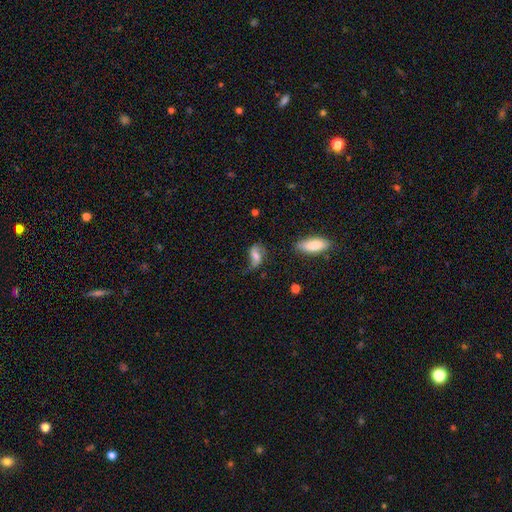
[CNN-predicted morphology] A featured or disk galaxy (56%) with no bar (43%), spiral arms (86%) and a moderate central bulge (43%).

Vote fractions:
- Smooth or featured? featured or disk: 56% / smooth: 34% / star or artifact: 10%
- Edge-on disk? no: 94% / yes: 6%
- Bar? no: 43% / weak: 41% / strong: 16%
- Spiral arms? yes: 86% / no: 14%
- Bulge size? moderate: 43% / small: 29% / none: 13% / large: 12% / dominant: 3%
- Merging? none: 49% / minor disturbance: 27% / major disturbance: 20% / merger: 4%